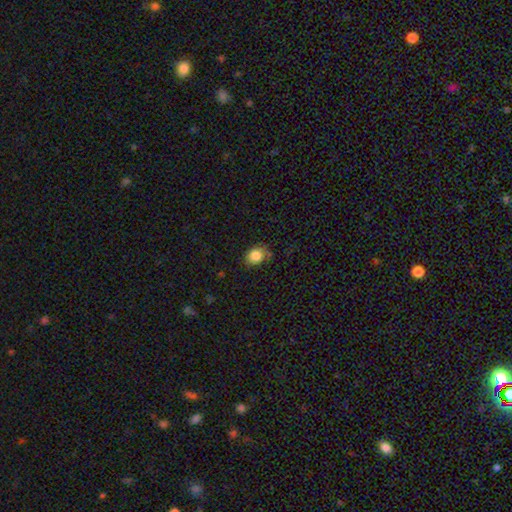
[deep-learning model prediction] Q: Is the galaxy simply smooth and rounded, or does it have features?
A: smooth — 84%.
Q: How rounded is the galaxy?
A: round — 54%.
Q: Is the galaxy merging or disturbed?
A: none — 71%.